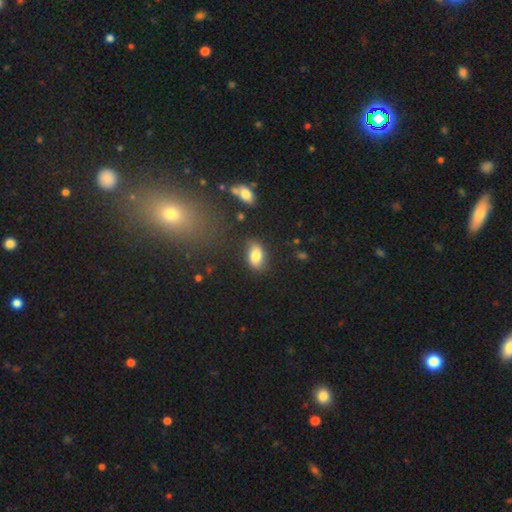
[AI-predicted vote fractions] Smooth or featured: smooth — 82% (featured or disk — 10%)
How rounded: in between — 89% (round — 9%)
Merging: none — 79% (minor disturbance — 15%)